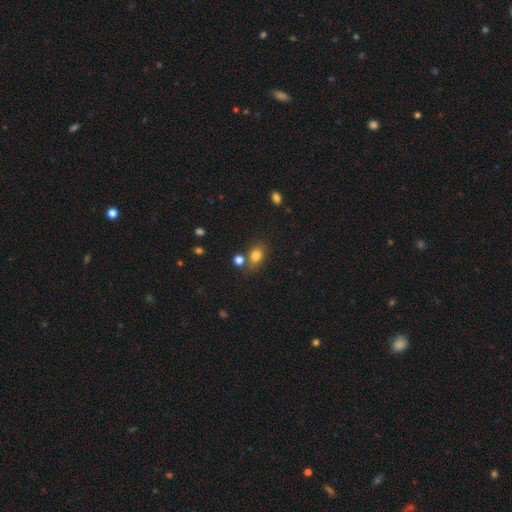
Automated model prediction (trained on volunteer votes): Overall: smooth (80%). How rounded: in between (60%; round 38%). Merging: none (64%).